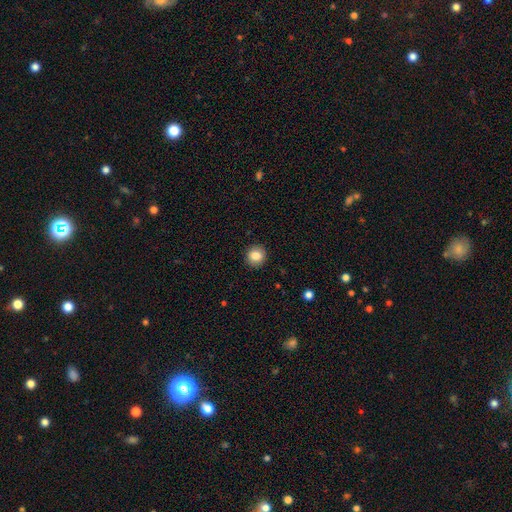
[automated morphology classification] smooth 84%, star or artifact 9%, featured or disk 7%. Down the decision tree: how rounded — round (91%); merging — none (92%).